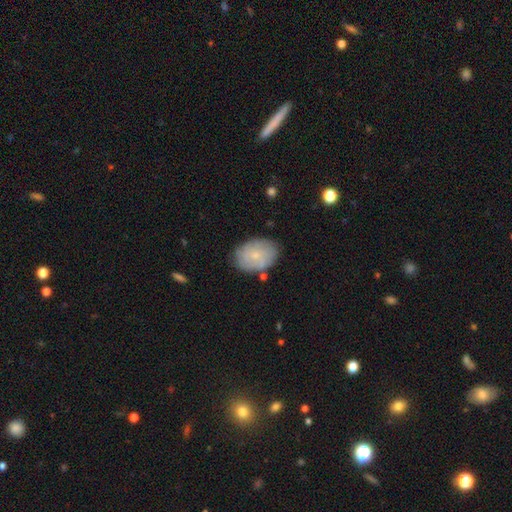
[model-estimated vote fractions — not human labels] This is possibly a smooth galaxy (50%). How rounded: likely in between (76%). Merging: likely none (77%).